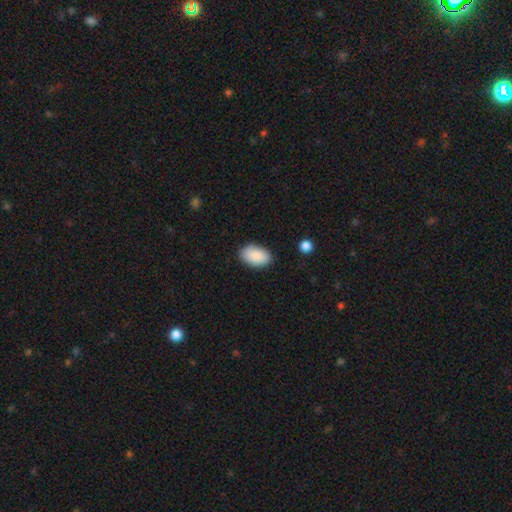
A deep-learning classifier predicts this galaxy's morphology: type=smooth (90%); roundness=in between (94%); merging=none (85%).